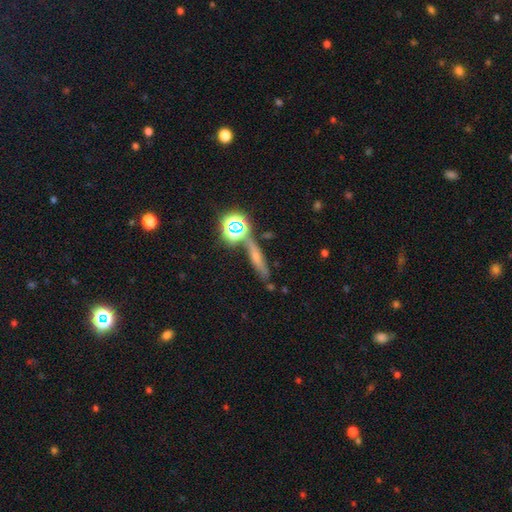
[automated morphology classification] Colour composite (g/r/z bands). It shows a smooth galaxy with no disk features (40%). Merging: none (72%).